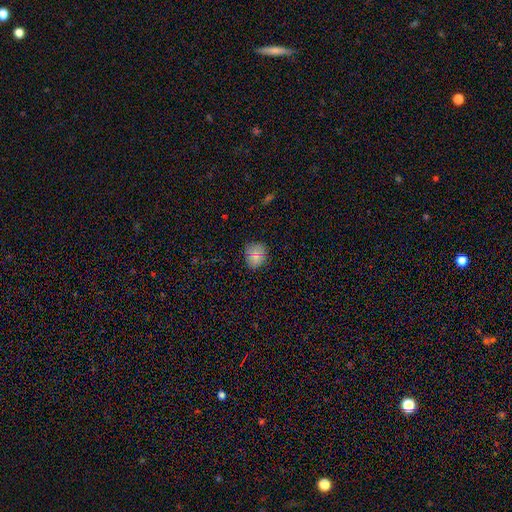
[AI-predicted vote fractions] Morphology: type=smooth (81%); roundness=round (72%); merging=none (84%).